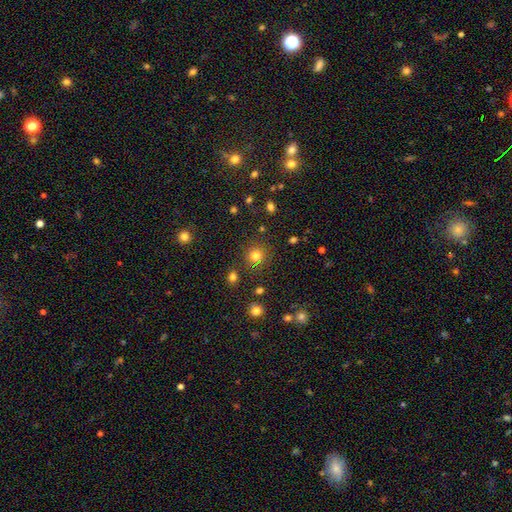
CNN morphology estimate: Overall: smooth (76%). How rounded: round (92%). Merging: none (83%).